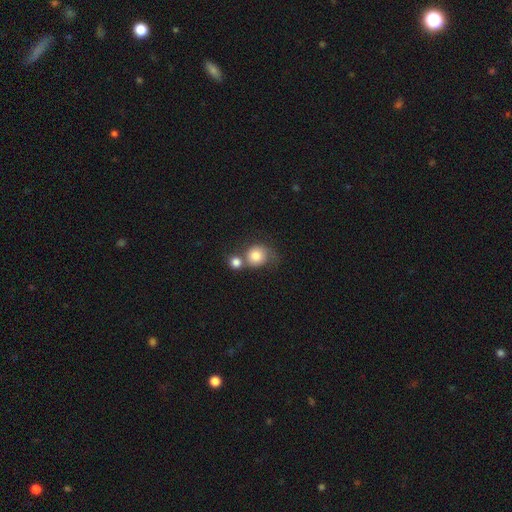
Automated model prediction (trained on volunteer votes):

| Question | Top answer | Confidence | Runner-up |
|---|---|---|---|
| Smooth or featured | smooth | 78% | featured or disk (14%) |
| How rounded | round | 80% | in between (19%) |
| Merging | merger | 47% | none (30%) |